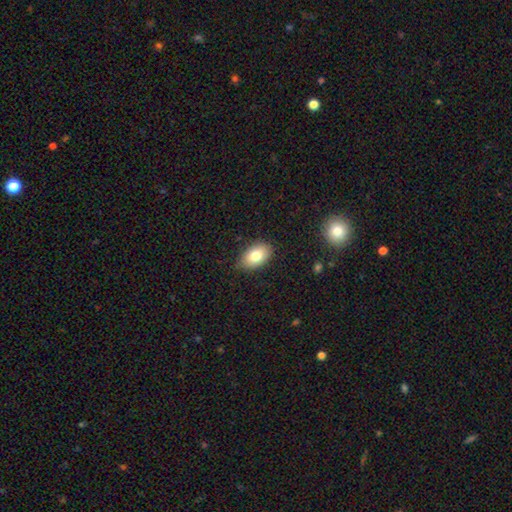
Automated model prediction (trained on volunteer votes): The model was most divided on "smooth or featured": smooth: 80%, featured or disk: 12%, star or artifact: 8%. More confident: how rounded — in between (90%); merging — none (83%).